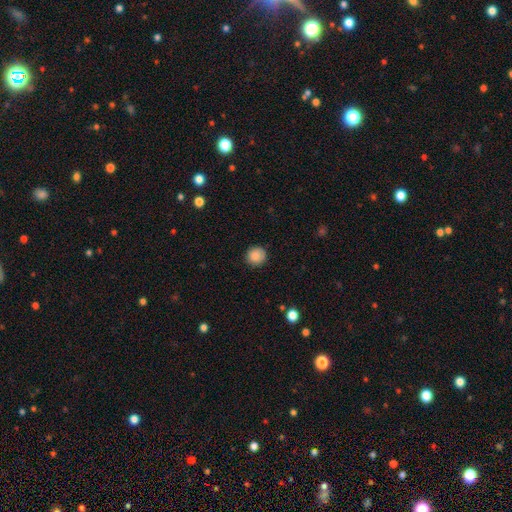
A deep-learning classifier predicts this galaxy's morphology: Smooth or featured?
  - smooth: 87% *
  - star or artifact: 9%
  - featured or disk: 4%
How rounded?
  - round: 92% *
  - in between: 7%
  - cigar-shaped: 1%
Merging?
  - none: 86% *
  - minor disturbance: 11%
  - major disturbance: 2%
  - merger: 1%